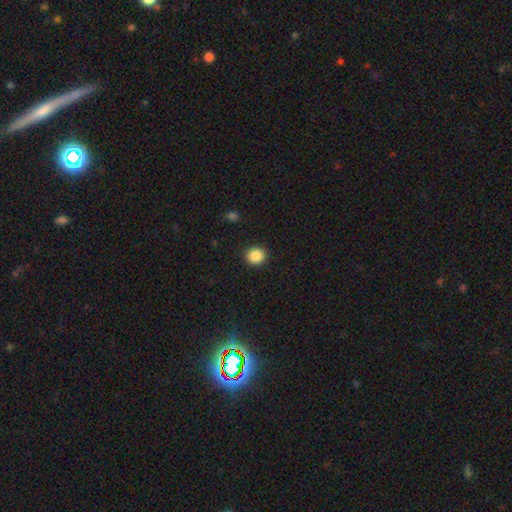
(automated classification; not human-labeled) The model was most divided on "how rounded": round: 79%, in between: 20%, cigar-shaped: 1%. More confident: merging — none (91%); smooth or featured — smooth (87%).